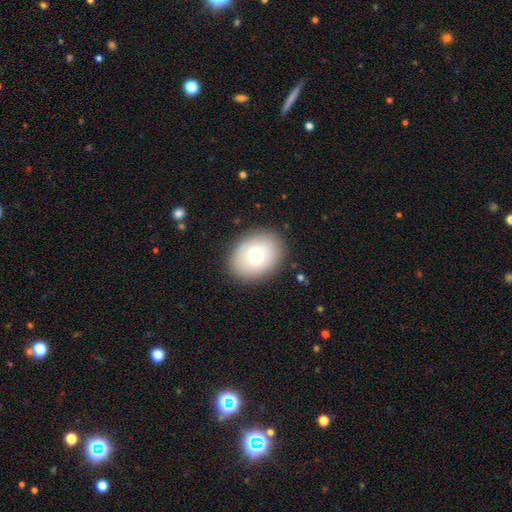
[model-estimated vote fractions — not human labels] Smooth or featured? Predicted: smooth (p=0.69). How rounded? Predicted: in between (p=0.58). Merging? Predicted: none (p=0.87).